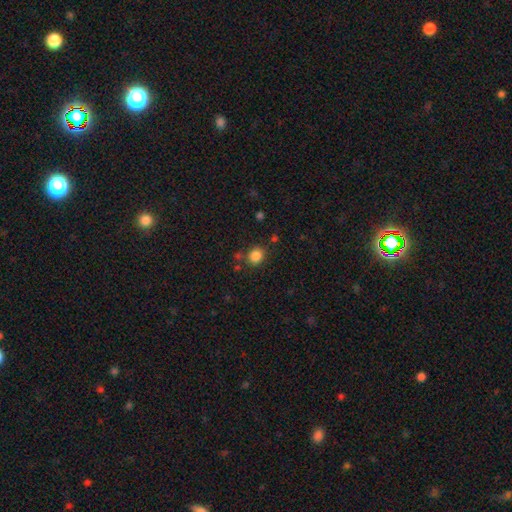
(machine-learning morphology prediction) smooth-or-featured: smooth: 85% | star or artifact: 11% | featured or disk: 4%
  how-rounded: round: 71% | in between: 28% | cigar-shaped: 1%
  merging: none: 78% | minor disturbance: 11% | merger: 7% | major disturbance: 4%